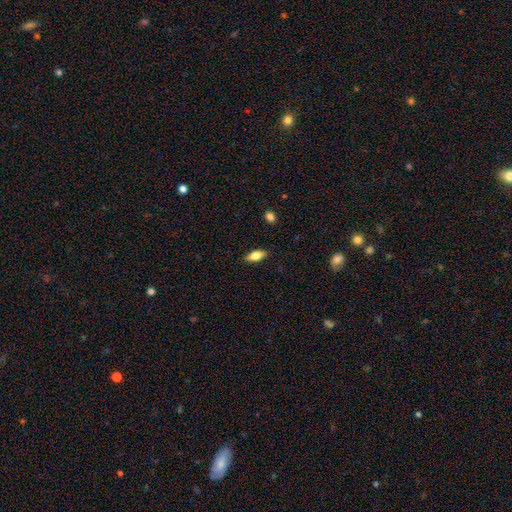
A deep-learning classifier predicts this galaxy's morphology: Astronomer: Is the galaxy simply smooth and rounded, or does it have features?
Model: smooth — 77%.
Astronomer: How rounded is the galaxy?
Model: in between — 84%.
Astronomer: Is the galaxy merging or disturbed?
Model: none — 88%.